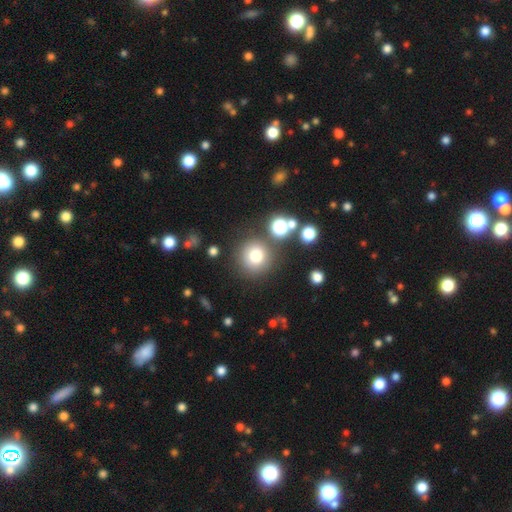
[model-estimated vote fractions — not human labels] The model was most divided on "smooth or featured": smooth: 76%, star or artifact: 15%, featured or disk: 9%. More confident: how rounded — round (94%); merging — none (80%).